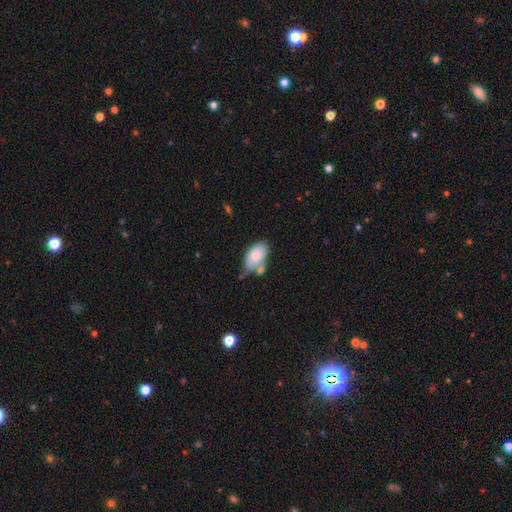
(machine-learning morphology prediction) Q: Smooth or featured?
A: smooth (77%); runner-up: featured or disk (16%)
Q: How rounded?
A: in between (93%); runner-up: round (5%)
Q: Merging?
A: none (44%); runner-up: minor disturbance (25%)